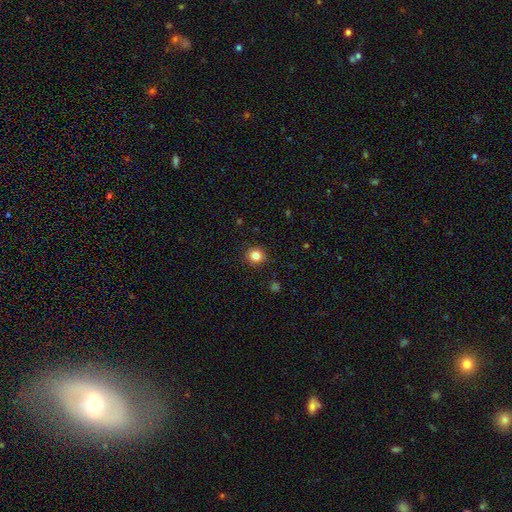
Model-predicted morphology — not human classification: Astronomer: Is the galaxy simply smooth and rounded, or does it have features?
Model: smooth — 84%.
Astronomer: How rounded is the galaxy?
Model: round — 88%.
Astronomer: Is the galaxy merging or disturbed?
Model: none — 90%.